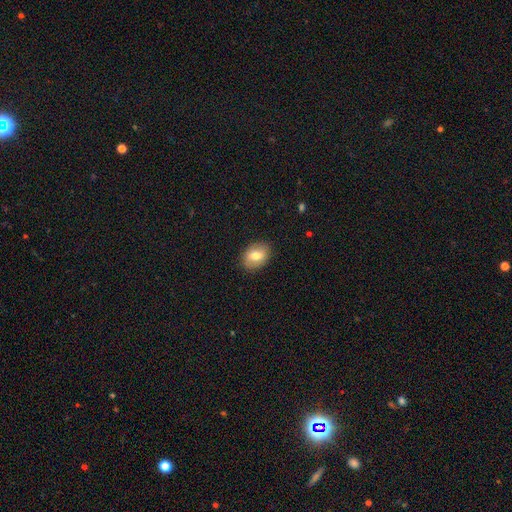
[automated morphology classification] smooth_or_featured: smooth (p=0.71) [alt: featured or disk p=0.21]
how_rounded: in between (p=0.76) [alt: round p=0.22]
merging: none (p=0.87) [alt: minor disturbance p=0.09]